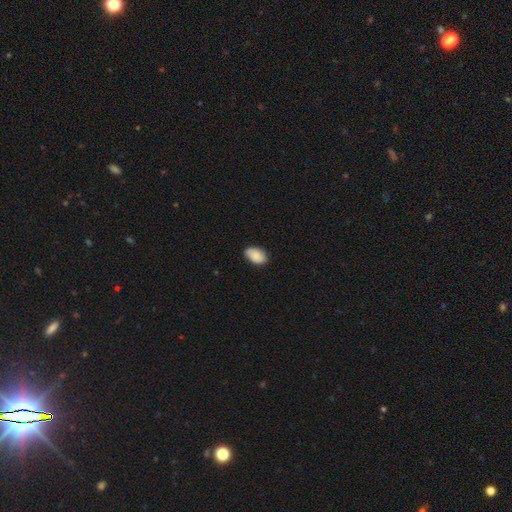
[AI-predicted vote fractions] smooth 86%, featured or disk 7%, star or artifact 7%. Down the decision tree: how rounded — in between (91%); merging — none (79%).